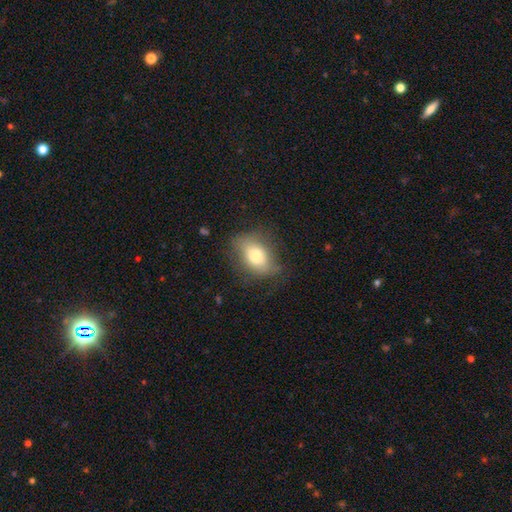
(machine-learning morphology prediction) This appears to be a smooth galaxy with no disk features (72%) that is in between round and cigar-shaped (79%). Merging: none (63%).